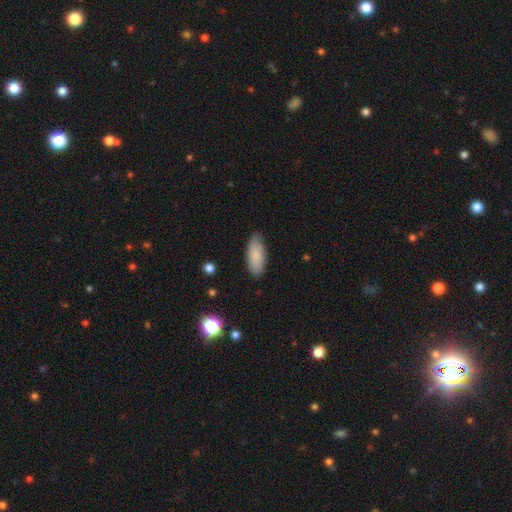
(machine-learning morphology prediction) A smooth galaxy with no disk features (82%) that is in between round and cigar-shaped (82%).

Vote fractions:
- Smooth or featured? smooth: 82% / featured or disk: 11% / star or artifact: 6%
- How rounded? in between: 82% / cigar-shaped: 16% / round: 2%
- Merging? none: 77% / minor disturbance: 19% / major disturbance: 3% / merger: 1%